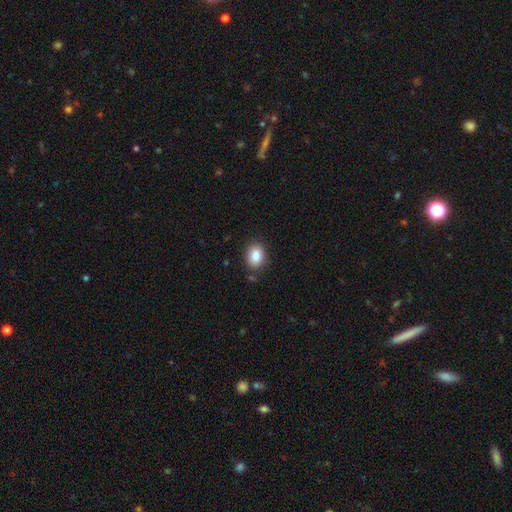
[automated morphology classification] This appears to be a smooth galaxy with no disk features (85%) that is in between round and cigar-shaped (60%). Merging: none (85%).